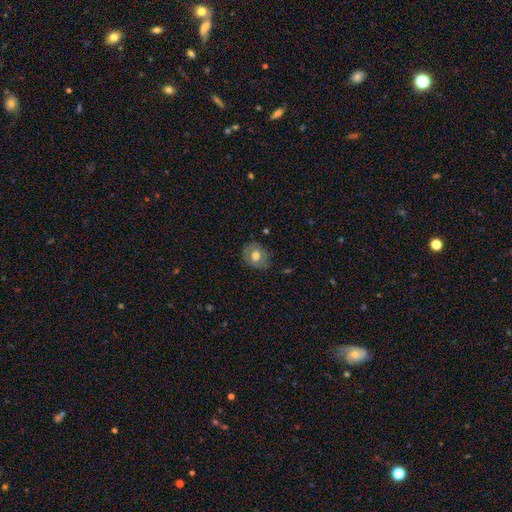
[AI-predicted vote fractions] This appears to be a smooth galaxy with no disk features (67%) that is round (61%). Merging: none (78%).